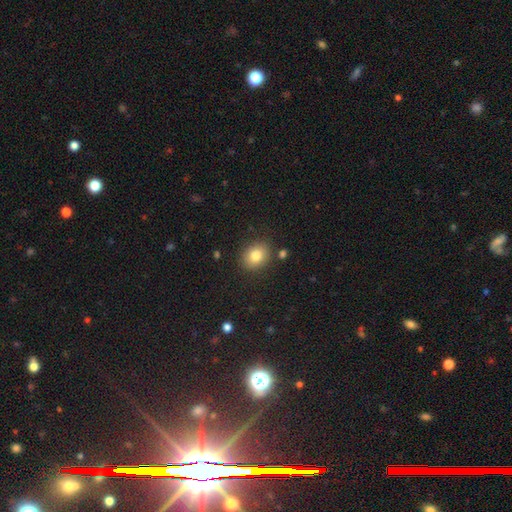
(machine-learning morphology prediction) Smooth or featured?
  - smooth: 82% *
  - star or artifact: 10%
  - featured or disk: 8%
How rounded?
  - round: 54% *
  - in between: 45%
  - cigar-shaped: 1%
Merging?
  - none: 85% *
  - minor disturbance: 9%
  - merger: 3%
  - major disturbance: 3%